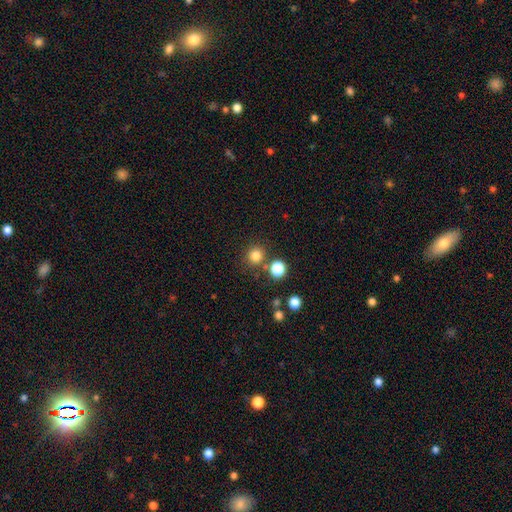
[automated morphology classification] A smooth galaxy with no disk features (81%) that is round (92%).

Vote fractions:
- Smooth or featured? smooth: 81% / star or artifact: 14% / featured or disk: 5%
- How rounded? round: 92% / in between: 7% / cigar-shaped: 1%
- Merging? none: 80% / merger: 10% / minor disturbance: 7% / major disturbance: 3%